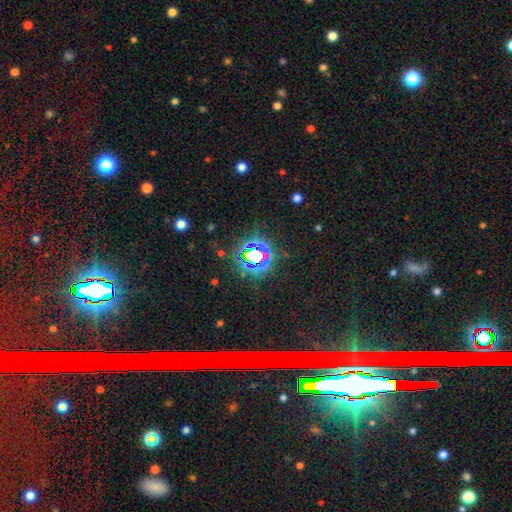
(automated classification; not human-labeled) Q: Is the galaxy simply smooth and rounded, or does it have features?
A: star or artifact — 72%.